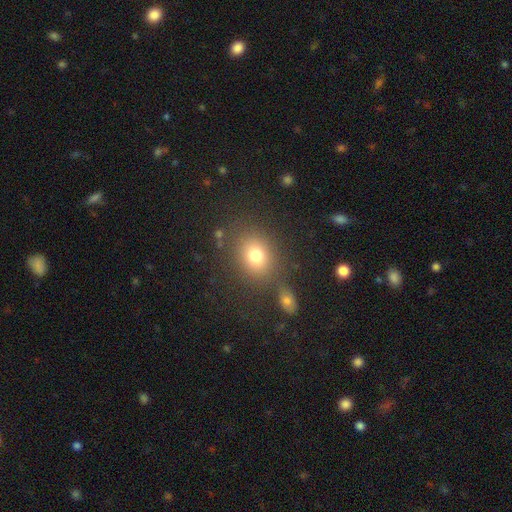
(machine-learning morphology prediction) This is likely a smooth galaxy (76%). How rounded: likely round (60%). Merging: likely none (74%).